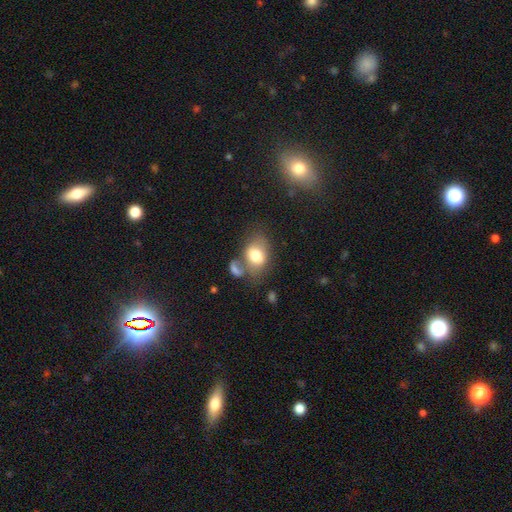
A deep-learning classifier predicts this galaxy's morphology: smooth_or_featured: smooth (p=0.73) [alt: featured or disk p=0.19]
how_rounded: in between (p=0.74) [alt: round p=0.24]
merging: none (p=0.44) [alt: merger p=0.23]